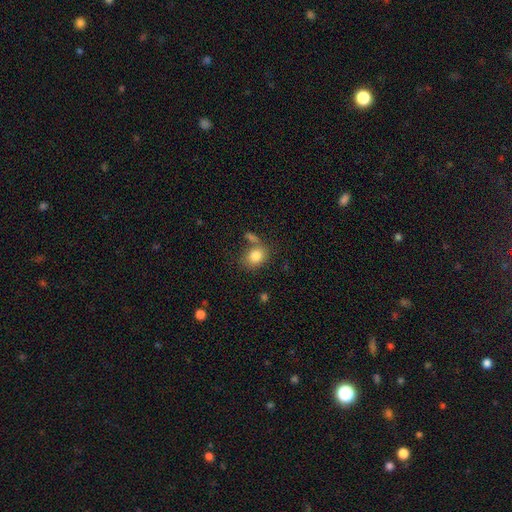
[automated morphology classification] Overall: smooth (82%). How rounded: in between (57%; round 42%). Merging: none (56%; merger 22%).